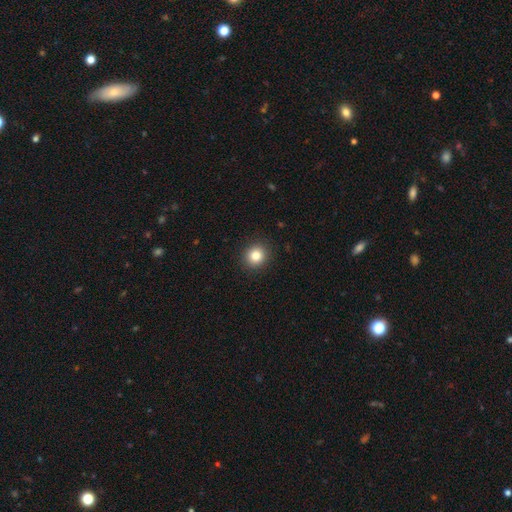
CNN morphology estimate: This appears to be a smooth galaxy with no disk features (83%) that is round (89%). Merging: none (92%).